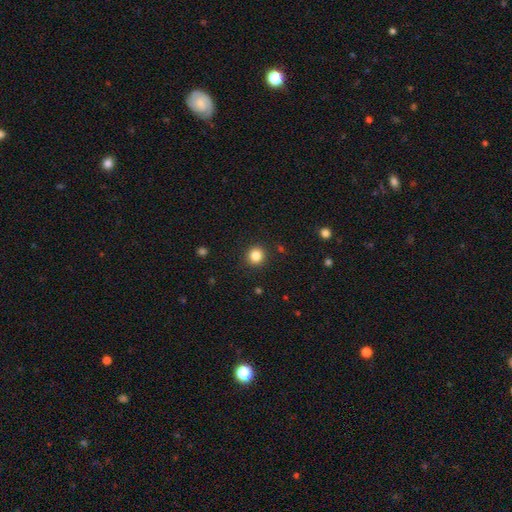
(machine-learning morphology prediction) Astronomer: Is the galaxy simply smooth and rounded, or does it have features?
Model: smooth — 84%.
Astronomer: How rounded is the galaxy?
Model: round — 91%.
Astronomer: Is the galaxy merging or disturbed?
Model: none — 91%.